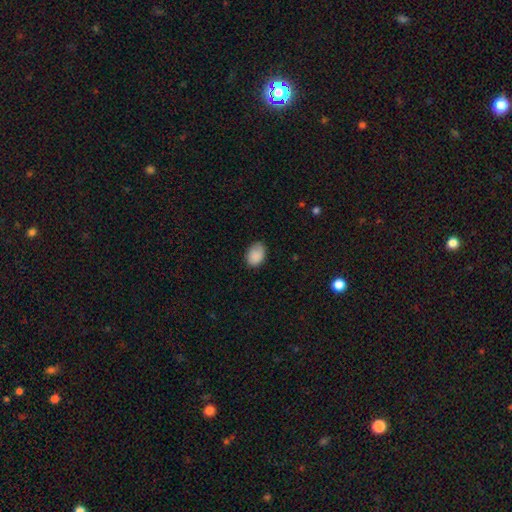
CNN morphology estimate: smooth_or_featured: smooth (p=0.88) [alt: star or artifact p=0.08]
how_rounded: in between (p=0.77) [alt: round p=0.22]
merging: none (p=0.73) [alt: minor disturbance p=0.23]